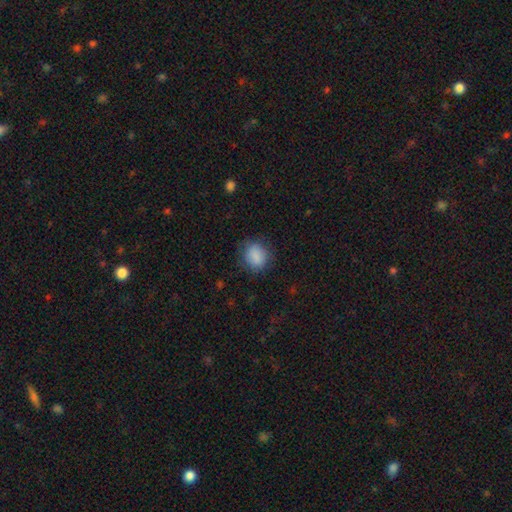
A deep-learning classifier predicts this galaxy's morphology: The model was most divided on "how rounded": round: 63%, in between: 36%, cigar-shaped: 1%. More confident: smooth or featured — smooth (87%); merging — none (79%).